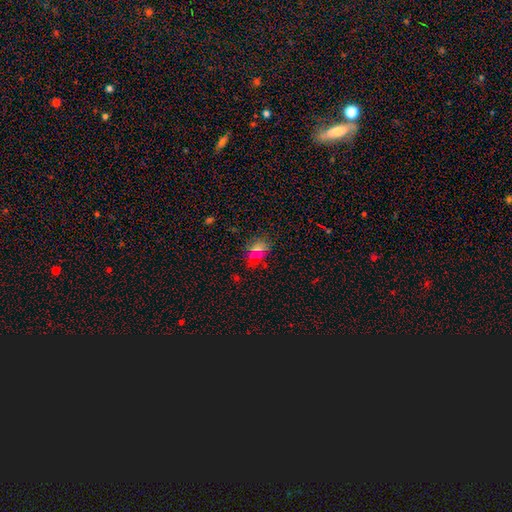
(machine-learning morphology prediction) smooth 60%, star or artifact 30%, featured or disk 10%. Down the decision tree: how rounded — in between (63%); merging — none (76%).